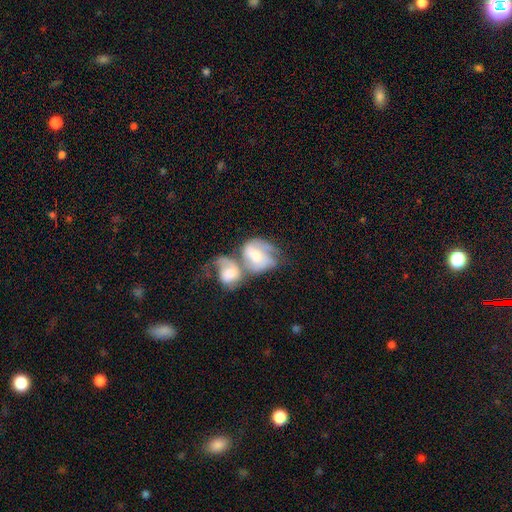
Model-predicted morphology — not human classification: This is likely a featured or disk galaxy (69%). It is clearly not viewed edge-on (97%). Bar: possibly no (53%). Spiral arm pattern: clearly yes (88%). Spiral arm count: possibly 2 (50%). Spiral winding: marginally medium (43%). Central bulge: possibly moderate (57%). Merging: likely merger (73%).